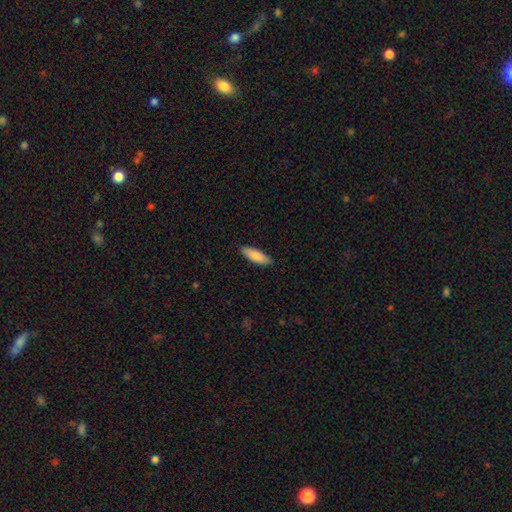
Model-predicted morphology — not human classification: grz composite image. It shows a smooth galaxy with no disk features (87%) that is in between round and cigar-shaped (51%). Merging: none (89%).